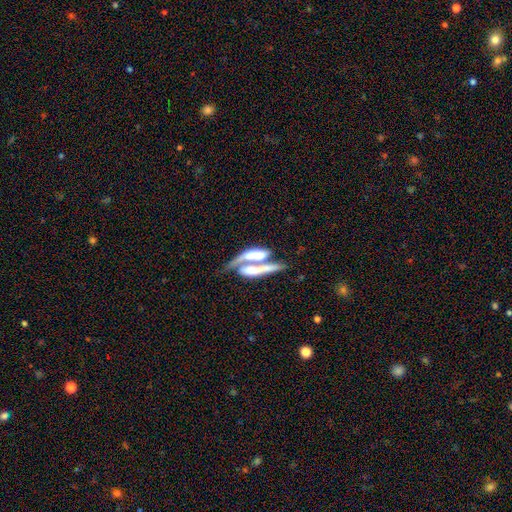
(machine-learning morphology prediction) Q: Smooth or featured?
A: featured or disk (47%); runner-up: smooth (46%)
Q: Merging?
A: merger (70%); runner-up: none (16%)